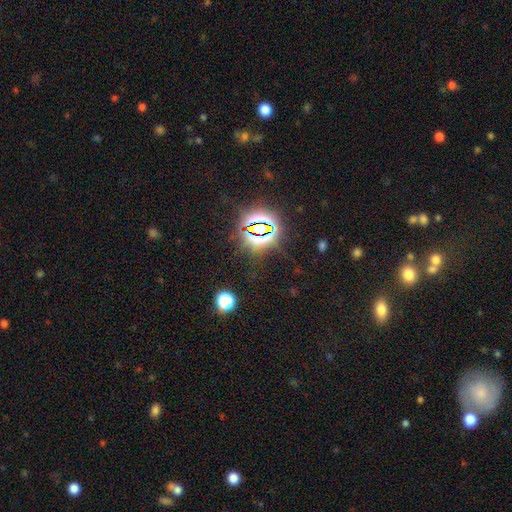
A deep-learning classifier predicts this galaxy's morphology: star or artifact 77%, smooth 15%, featured or disk 8%.